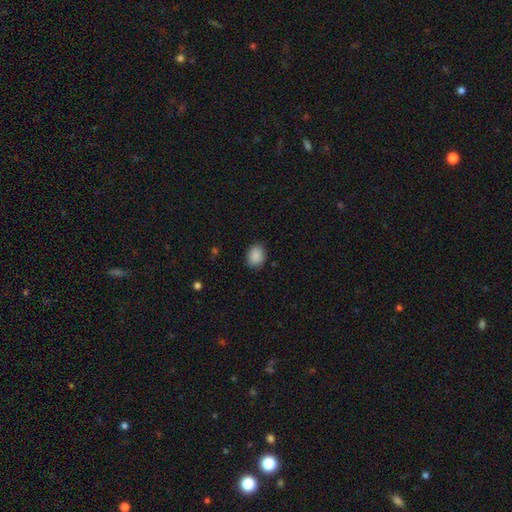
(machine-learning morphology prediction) This appears to be a smooth galaxy with no disk features (89%) that is in between round and cigar-shaped (60%). Merging: none (84%).